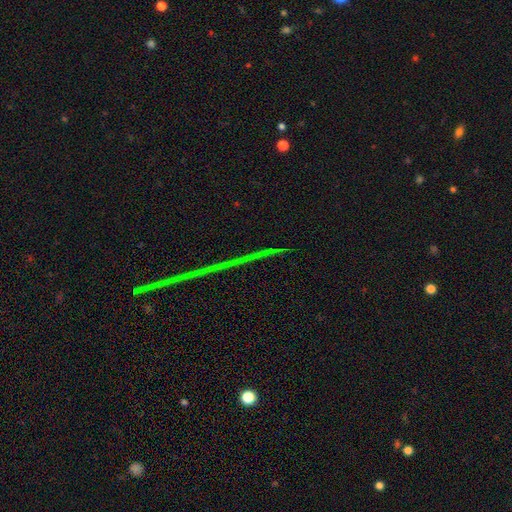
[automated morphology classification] Smooth or featured? star or artifact (72%)